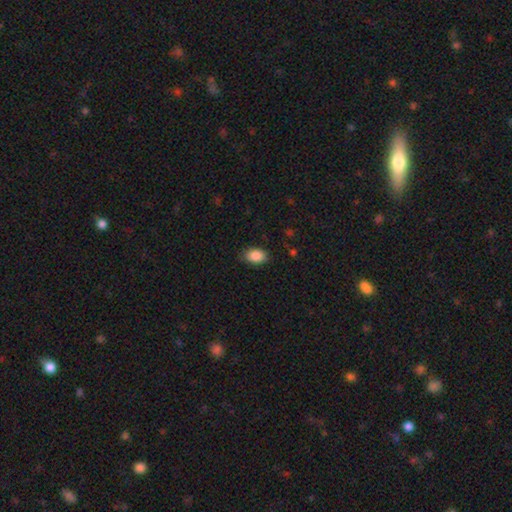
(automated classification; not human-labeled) Morphology: type=smooth (88%); roundness=in between (84%); merging=none (83%).